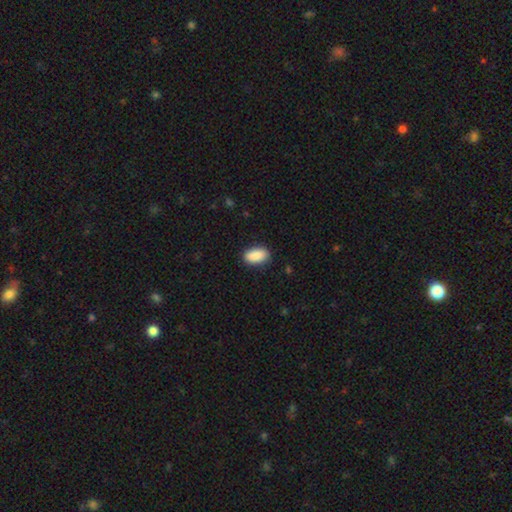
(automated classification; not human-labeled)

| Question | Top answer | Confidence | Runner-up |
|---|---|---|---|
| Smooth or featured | smooth | 90% | star or artifact (6%) |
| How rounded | in between | 93% | round (4%) |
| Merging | none | 88% | minor disturbance (9%) |